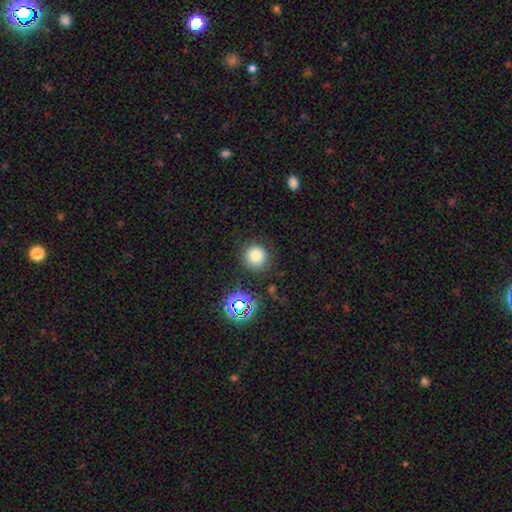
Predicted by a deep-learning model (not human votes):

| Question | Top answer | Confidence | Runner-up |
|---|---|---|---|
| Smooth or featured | smooth | 76% | star or artifact (16%) |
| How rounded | round | 93% | in between (6%) |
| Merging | none | 84% | minor disturbance (10%) |